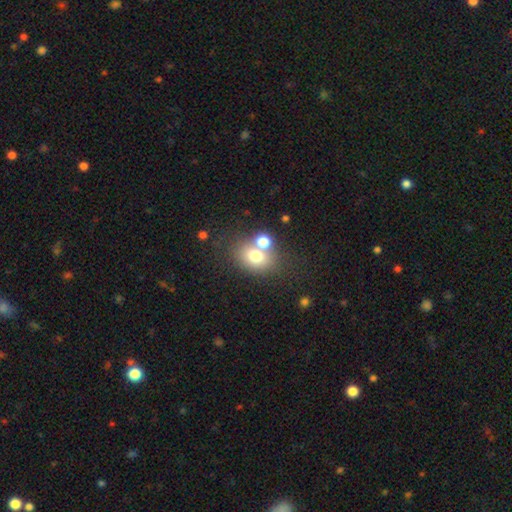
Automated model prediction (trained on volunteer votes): Smooth or featured: smooth — 72% (featured or disk — 15%)
How rounded: in between — 53% (round — 46%)
Merging: none — 52% (merger — 32%)